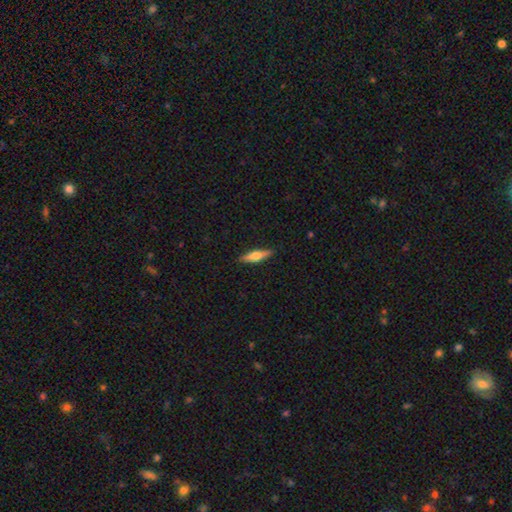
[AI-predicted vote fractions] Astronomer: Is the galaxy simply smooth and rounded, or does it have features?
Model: smooth — 48% (runner-up: featured or disk, 46%).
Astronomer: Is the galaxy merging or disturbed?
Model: none — 89%.